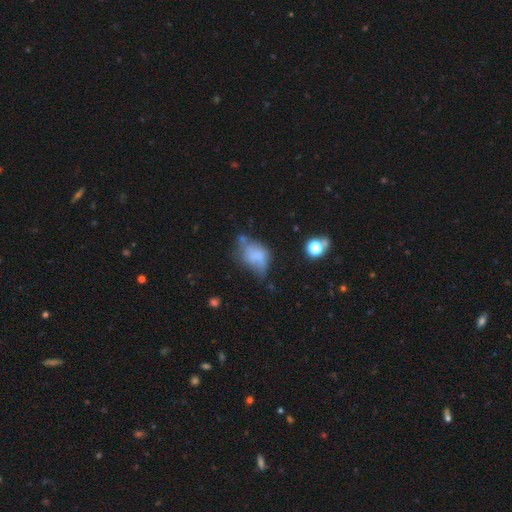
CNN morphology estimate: This appears to be a smooth galaxy with no disk features (57%) that is in between round and cigar-shaped (81%). Merging: minor disturbance (34%).